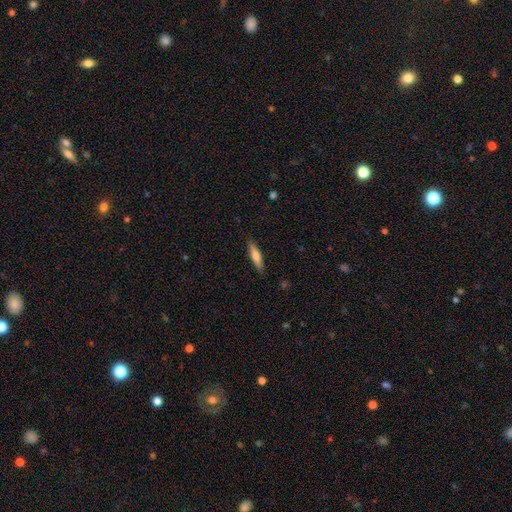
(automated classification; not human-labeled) Morphology: type=smooth (65%); roundness=cigar-shaped (76%); merging=none (87%).